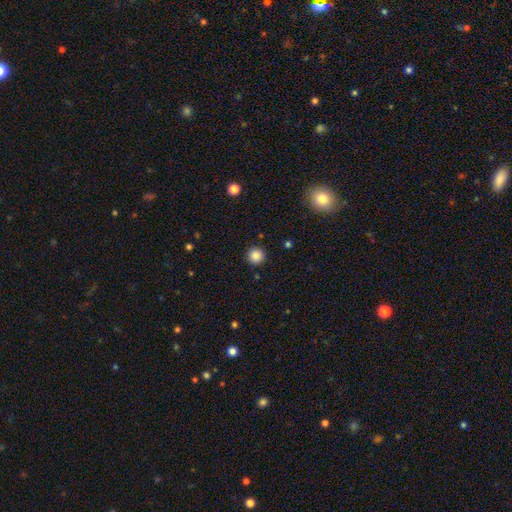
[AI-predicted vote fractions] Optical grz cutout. It shows a smooth galaxy with no disk features (86%) that is round (95%). Merging: none (91%).